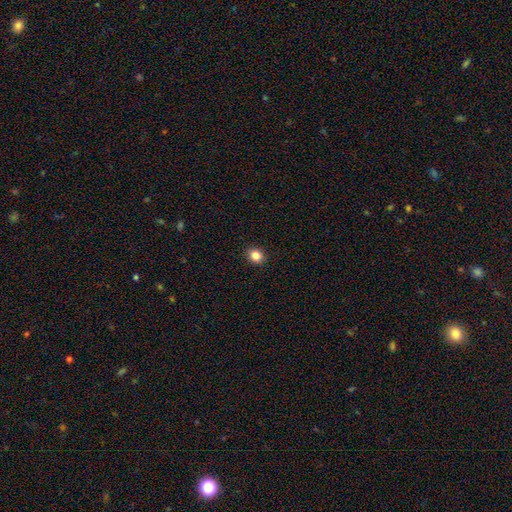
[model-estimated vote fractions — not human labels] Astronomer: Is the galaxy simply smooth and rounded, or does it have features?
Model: smooth — 84%.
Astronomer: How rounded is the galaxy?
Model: round — 63%.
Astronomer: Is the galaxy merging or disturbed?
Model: none — 92%.